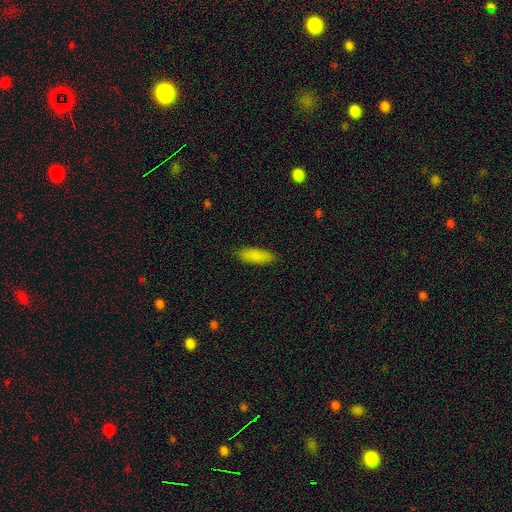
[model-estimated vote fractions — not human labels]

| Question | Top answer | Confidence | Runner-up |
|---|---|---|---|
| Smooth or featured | smooth | 87% | star or artifact (7%) |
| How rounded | in between | 58% | cigar-shaped (41%) |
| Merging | none | 88% | minor disturbance (9%) |